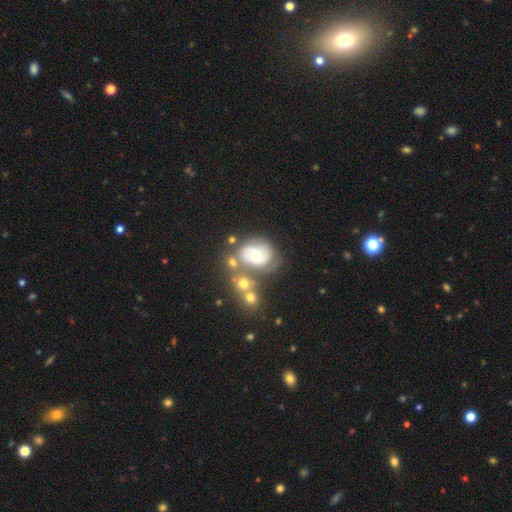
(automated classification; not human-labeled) smooth-or-featured: featured or disk: 59% | smooth: 31% | star or artifact: 10%
  disk-edge-on: no: 97% | yes: 3%
    bar: no: 78% | weak: 18% | strong: 4%
    has-spiral-arms: yes: 66% | no: 34%
    bulge-size: moderate: 68% | small: 19% | large: 9% | none: 2% | dominant: 2%
  merging: none: 42% | merger: 25% | minor disturbance: 20% | major disturbance: 14%